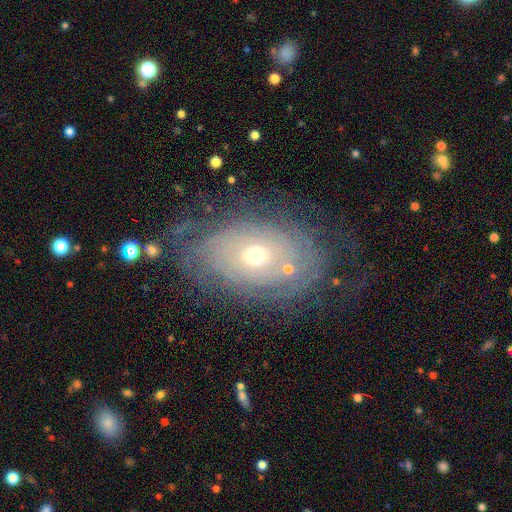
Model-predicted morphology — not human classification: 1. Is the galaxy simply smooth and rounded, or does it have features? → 72% featured or disk, 19% smooth, 9% star or artifact.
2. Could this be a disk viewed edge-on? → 94% no, 6% yes.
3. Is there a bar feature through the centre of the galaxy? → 85% no, 12% weak, 3% strong.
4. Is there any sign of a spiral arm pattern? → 76% yes, 24% no.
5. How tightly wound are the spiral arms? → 76% tight, 17% medium, 7% loose.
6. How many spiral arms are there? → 58% can't tell, 13% 2, 9% more than 4, 8% 3, 7% 4, 5% 1.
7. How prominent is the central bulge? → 52% small, 44% moderate, 2% large, 1% dominant, 1% none.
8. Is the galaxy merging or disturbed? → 65% none, 20% minor disturbance, 12% major disturbance, 3% merger.